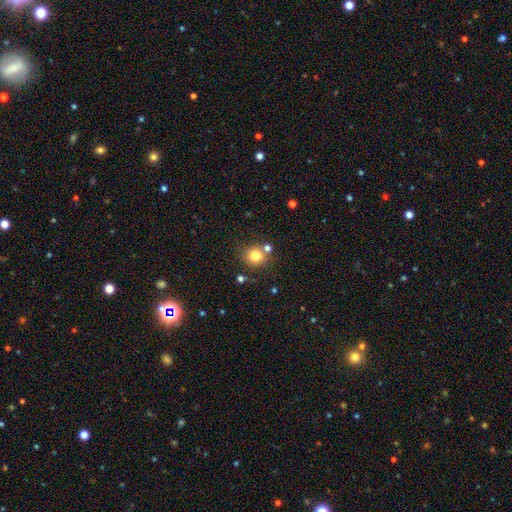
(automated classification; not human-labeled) smooth 79%, star or artifact 12%, featured or disk 9%. Down the decision tree: how rounded — round (86%); merging — none (72%).